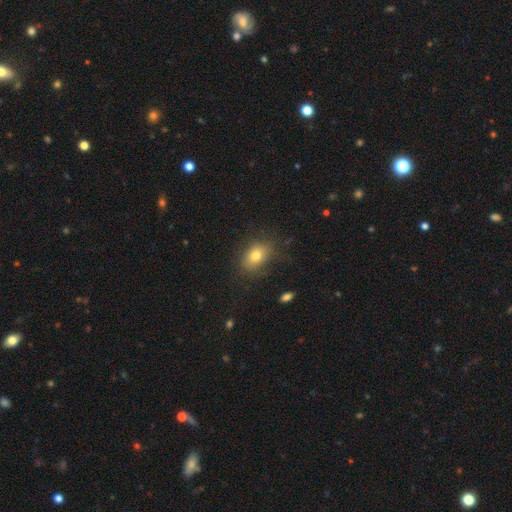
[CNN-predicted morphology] smooth 78%, featured or disk 11%, star or artifact 11%. Down the decision tree: how rounded — in between (74%); merging — none (75%).